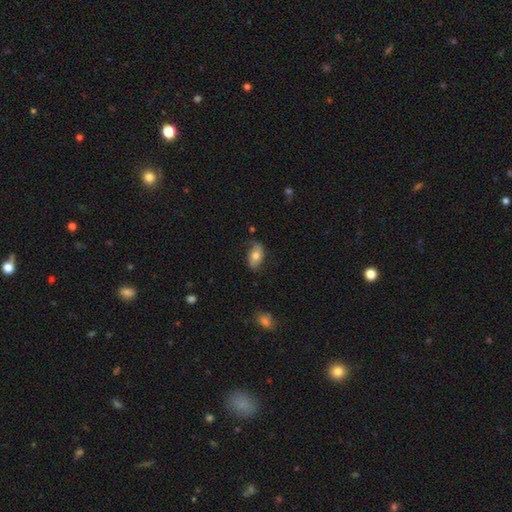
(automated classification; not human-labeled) A smooth galaxy with no disk features (63%) that is in between round and cigar-shaped (92%).

Vote fractions:
- Smooth or featured? smooth: 63% / featured or disk: 30% / star or artifact: 7%
- How rounded? in between: 92% / round: 6% / cigar-shaped: 2%
- Merging? none: 61% / minor disturbance: 28% / major disturbance: 10% / merger: 2%